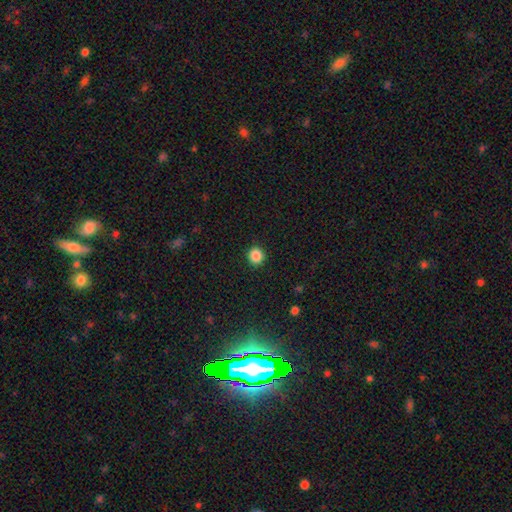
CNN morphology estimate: A smooth galaxy with no disk features (87%) that is round (92%).

Vote fractions:
- Smooth or featured? smooth: 87% / star or artifact: 10% / featured or disk: 3%
- How rounded? round: 92% / in between: 7% / cigar-shaped: 1%
- Merging? none: 92% / minor disturbance: 5% / major disturbance: 2% / merger: 1%